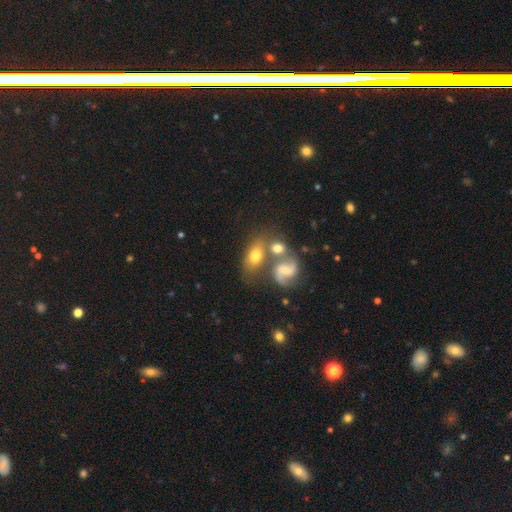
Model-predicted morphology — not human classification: This is possibly a smooth galaxy (56%). How rounded: likely in between (77%). Merging: possibly none (47%).